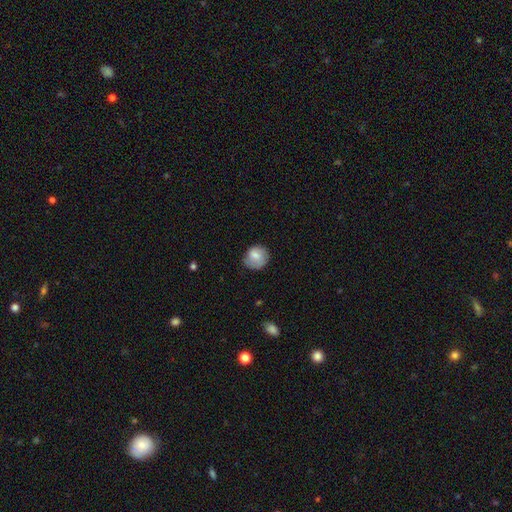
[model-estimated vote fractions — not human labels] This is likely a smooth galaxy (71%). How rounded: likely round (77%). Merging: likely none (65%).